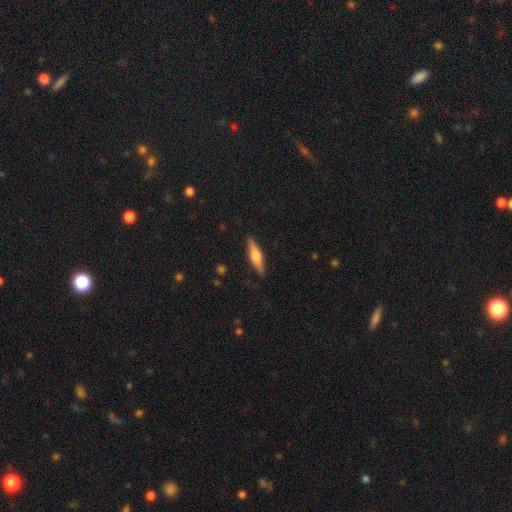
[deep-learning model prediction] Smooth or featured?
  - featured or disk: 50% *
  - smooth: 44%
  - star or artifact: 6%
Edge-on disk?
  - yes: 95% *
  - no: 5%
Merging?
  - none: 89% *
  - minor disturbance: 9%
  - major disturbance: 2%
  - merger: 1%